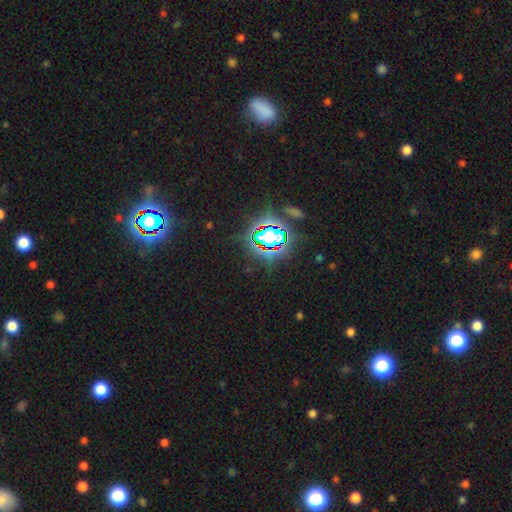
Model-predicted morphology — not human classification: type=star or artifact (80%).